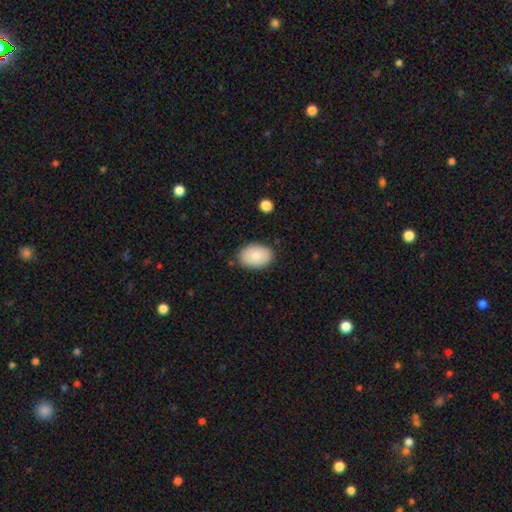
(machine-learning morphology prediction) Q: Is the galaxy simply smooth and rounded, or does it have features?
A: smooth — 87%.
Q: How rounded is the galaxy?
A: in between — 89%.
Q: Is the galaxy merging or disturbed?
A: none — 86%.